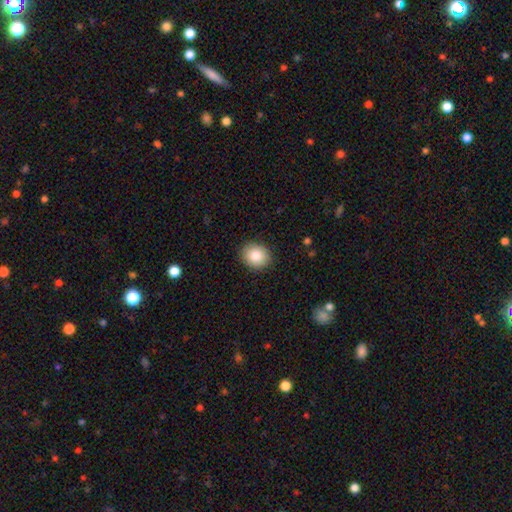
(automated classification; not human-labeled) Smooth or featured?
  - smooth: 84% *
  - star or artifact: 8%
  - featured or disk: 7%
How rounded?
  - round: 69% *
  - in between: 30%
  - cigar-shaped: 1%
Merging?
  - none: 90% *
  - minor disturbance: 7%
  - major disturbance: 2%
  - merger: 1%